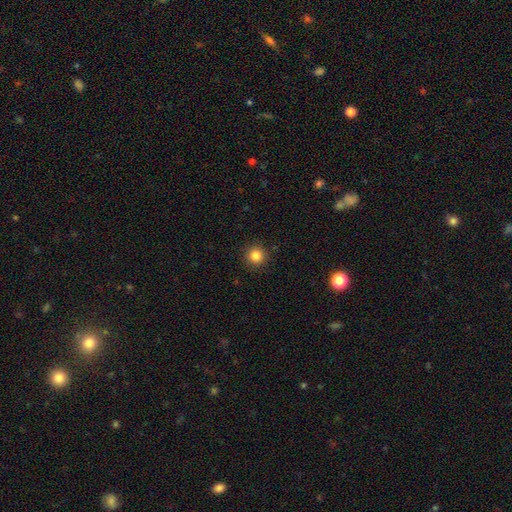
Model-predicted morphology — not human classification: Overall: smooth (84%). How rounded: round (95%). Merging: none (92%).